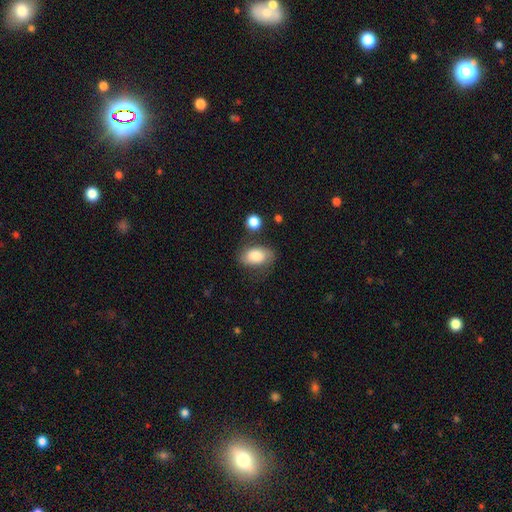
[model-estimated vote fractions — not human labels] Overall: smooth (77%). How rounded: in between (88%). Merging: none (64%).